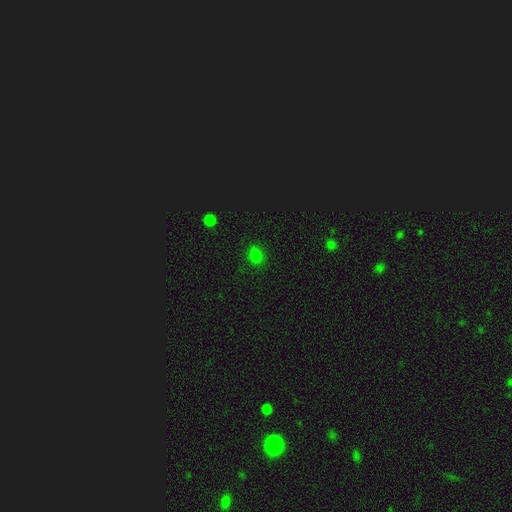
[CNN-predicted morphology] A smooth galaxy with no disk features (74%) that is round (58%).

Vote fractions:
- Smooth or featured? smooth: 74% / star or artifact: 21% / featured or disk: 5%
- How rounded? round: 58% / in between: 40% / cigar-shaped: 1%
- Merging? none: 83% / minor disturbance: 12% / major disturbance: 3% / merger: 2%